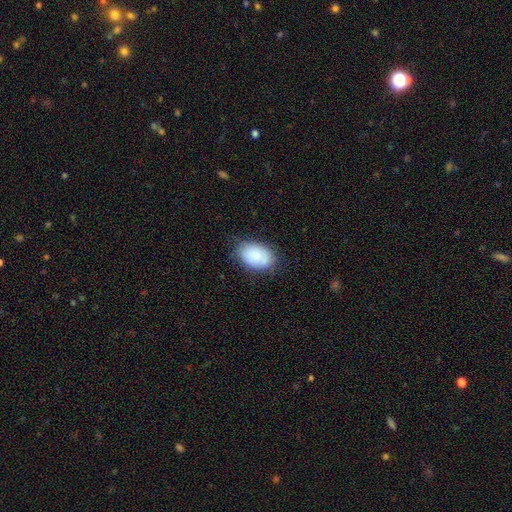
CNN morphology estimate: Q: Smooth or featured?
A: smooth (81%); runner-up: featured or disk (12%)
Q: How rounded?
A: in between (89%); runner-up: round (10%)
Q: Merging?
A: none (77%); runner-up: minor disturbance (18%)